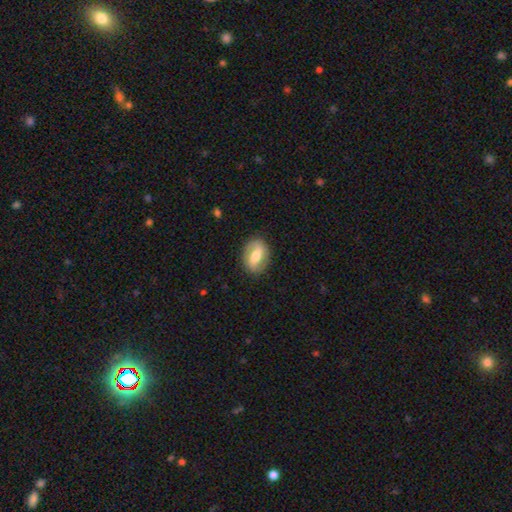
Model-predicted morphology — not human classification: A featured or disk galaxy (50%).

Vote fractions:
- Smooth or featured? featured or disk: 50% / smooth: 43% / star or artifact: 6%
- Edge-on disk? no: 92% / yes: 8%
- Merging? none: 84% / minor disturbance: 11% / major disturbance: 4% / merger: 1%